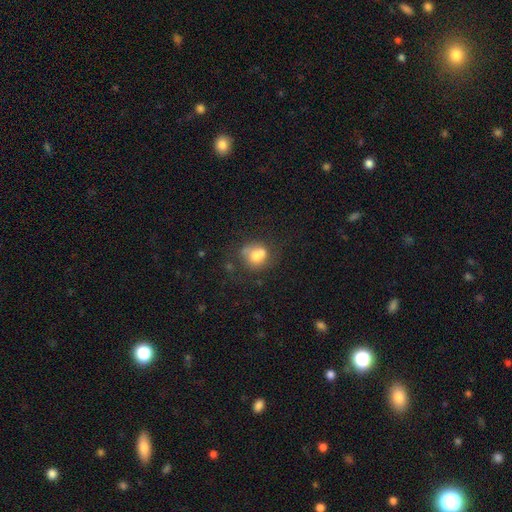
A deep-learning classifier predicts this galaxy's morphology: Q: Smooth or featured?
A: smooth (63%); runner-up: featured or disk (27%)
Q: How rounded?
A: round (71%); runner-up: in between (28%)
Q: Merging?
A: merger (42%); runner-up: none (36%)